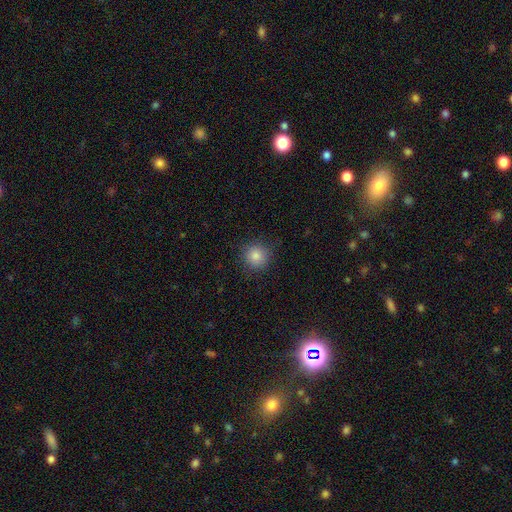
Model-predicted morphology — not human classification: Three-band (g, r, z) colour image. It shows a smooth galaxy with no disk features (83%) that is round (93%). Merging: none (88%).